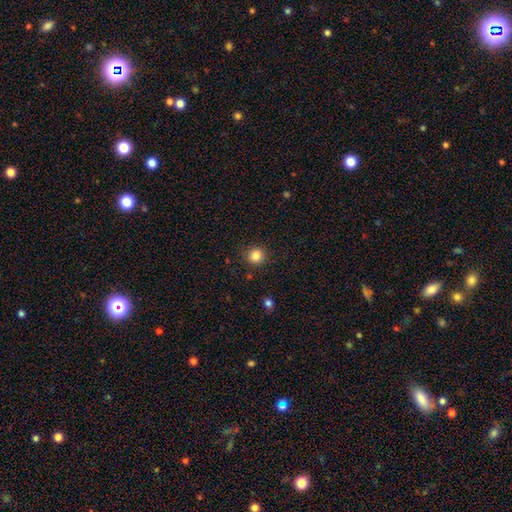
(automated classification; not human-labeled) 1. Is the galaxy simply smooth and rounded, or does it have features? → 85% smooth, 11% star or artifact, 4% featured or disk.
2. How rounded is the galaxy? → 89% round, 10% in between, 1% cigar-shaped.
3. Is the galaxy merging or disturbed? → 88% none, 8% minor disturbance, 3% major disturbance, 2% merger.